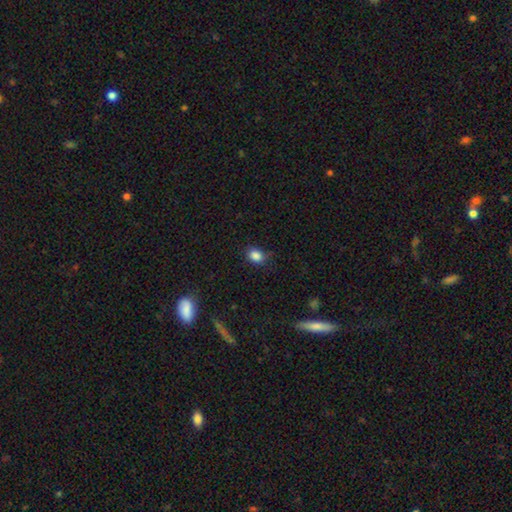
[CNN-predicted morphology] This is clearly a smooth galaxy (85%). How rounded: possibly in between (59%). Merging: likely none (76%).